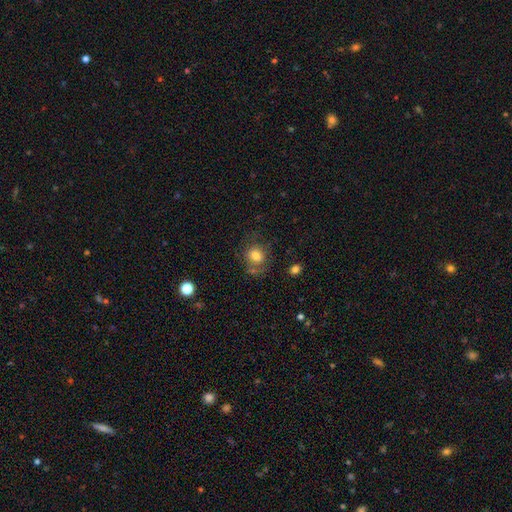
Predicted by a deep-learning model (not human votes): Morphology: type=smooth (74%); roundness=round (71%); merging=none (62%).